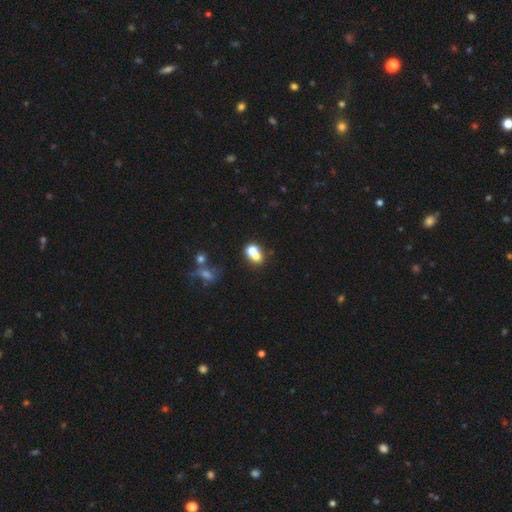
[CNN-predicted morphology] Smooth or featured? Predicted: smooth (p=0.65). How rounded? Predicted: round (p=0.60). Merging? Predicted: merger (p=0.58).